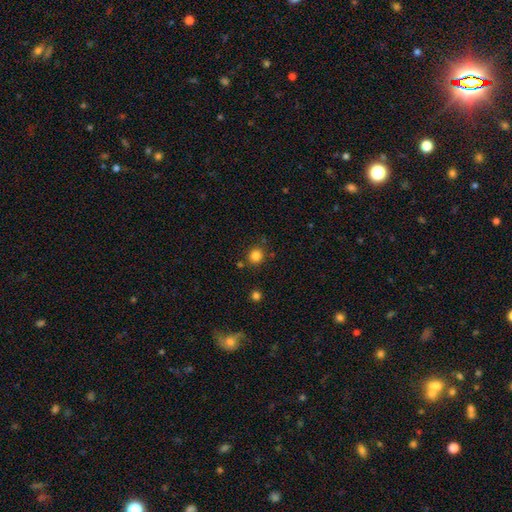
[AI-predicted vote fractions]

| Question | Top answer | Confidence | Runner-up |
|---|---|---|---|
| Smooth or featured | smooth | 84% | star or artifact (12%) |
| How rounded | round | 87% | in between (12%) |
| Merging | none | 83% | minor disturbance (9%) |